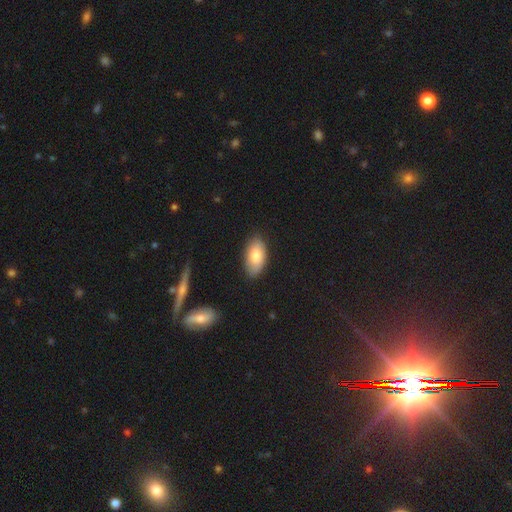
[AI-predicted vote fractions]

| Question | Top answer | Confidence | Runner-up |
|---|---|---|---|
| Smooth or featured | smooth | 80% | featured or disk (14%) |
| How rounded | in between | 94% | round (3%) |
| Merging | none | 82% | minor disturbance (15%) |